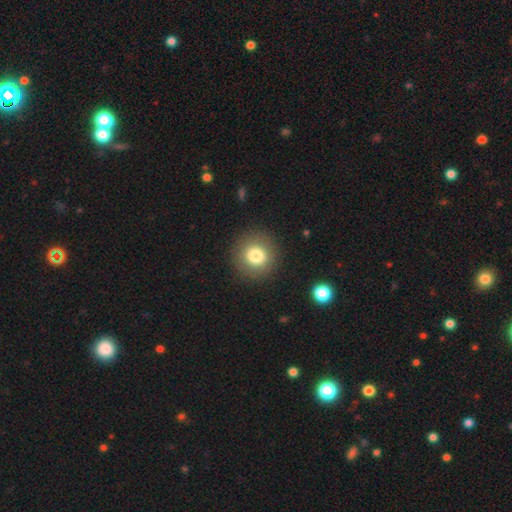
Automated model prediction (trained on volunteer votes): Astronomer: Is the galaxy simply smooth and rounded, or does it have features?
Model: smooth — 79%.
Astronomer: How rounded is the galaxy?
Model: round — 94%.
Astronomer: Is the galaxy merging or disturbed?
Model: none — 90%.